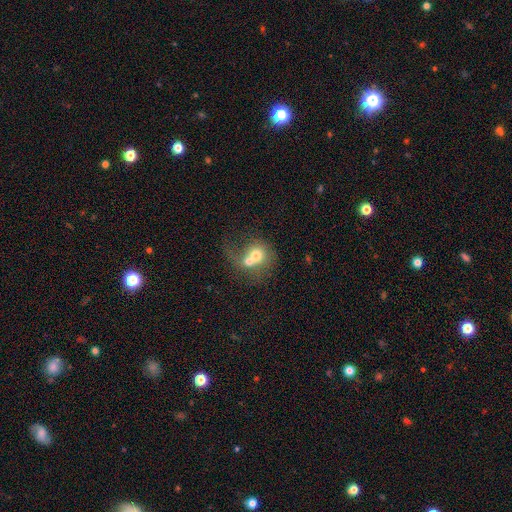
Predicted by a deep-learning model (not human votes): The model was most divided on "smooth or featured": smooth: 59%, featured or disk: 32%, star or artifact: 9%. More confident: how rounded — round (73%); merging — merger (72%).